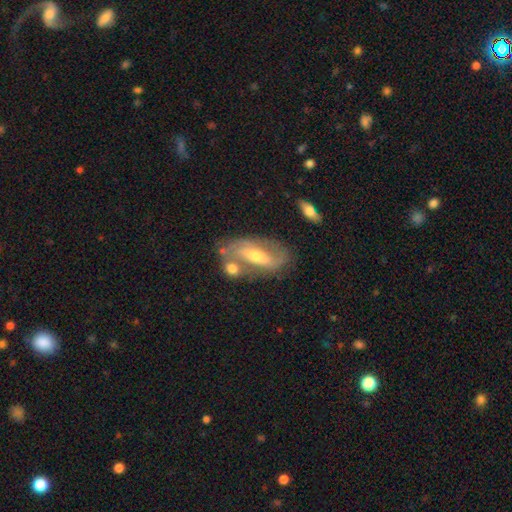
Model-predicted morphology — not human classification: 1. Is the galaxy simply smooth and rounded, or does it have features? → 71% featured or disk, 22% smooth, 7% star or artifact.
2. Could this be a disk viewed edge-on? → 86% no, 14% yes.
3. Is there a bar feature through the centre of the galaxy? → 43% strong, 32% weak, 25% no.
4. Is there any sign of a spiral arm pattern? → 76% yes, 24% no.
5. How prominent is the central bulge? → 56% moderate, 38% small, 4% large, 1% none, 1% dominant.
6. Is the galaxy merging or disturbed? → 58% none, 17% minor disturbance, 17% merger, 8% major disturbance.